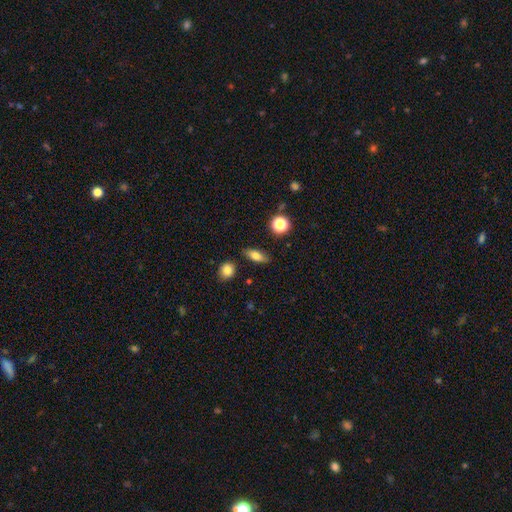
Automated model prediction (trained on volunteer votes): smooth-or-featured: smooth: 75% | featured or disk: 16% | star or artifact: 9%
  how-rounded: in between: 70% | cigar-shaped: 21% | round: 9%
  merging: none: 83% | minor disturbance: 12% | major disturbance: 3% | merger: 3%